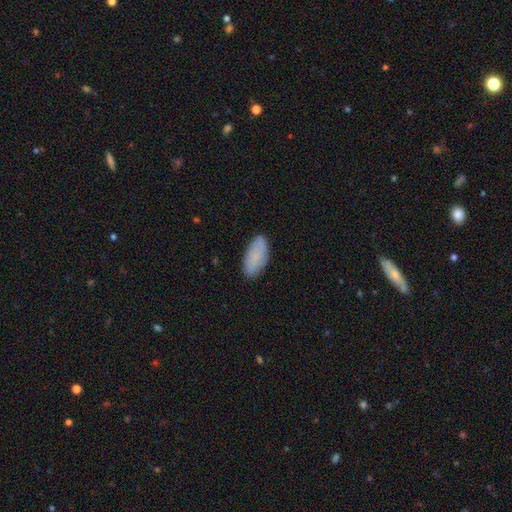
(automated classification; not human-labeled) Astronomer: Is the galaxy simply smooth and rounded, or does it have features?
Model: smooth — 81%.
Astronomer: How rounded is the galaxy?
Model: in between — 89%.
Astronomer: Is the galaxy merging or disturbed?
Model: none — 85%.